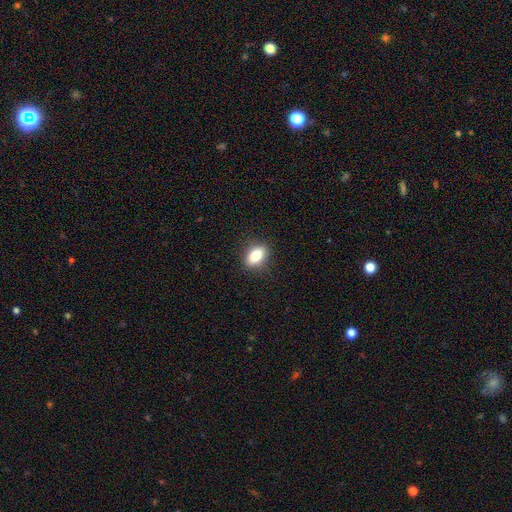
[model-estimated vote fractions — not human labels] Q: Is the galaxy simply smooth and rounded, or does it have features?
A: smooth — 81%.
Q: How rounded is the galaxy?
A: in between — 80%.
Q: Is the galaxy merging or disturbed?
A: none — 87%.